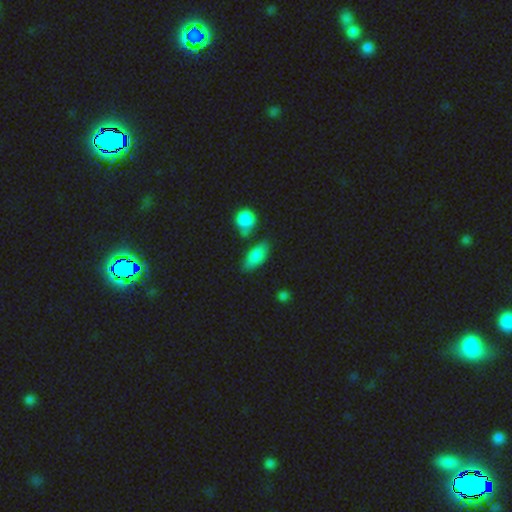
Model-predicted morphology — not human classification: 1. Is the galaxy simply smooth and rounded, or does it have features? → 81% smooth, 11% featured or disk, 8% star or artifact.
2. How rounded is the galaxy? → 84% in between, 12% cigar-shaped, 5% round.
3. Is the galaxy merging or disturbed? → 68% none, 17% minor disturbance, 10% merger, 5% major disturbance.